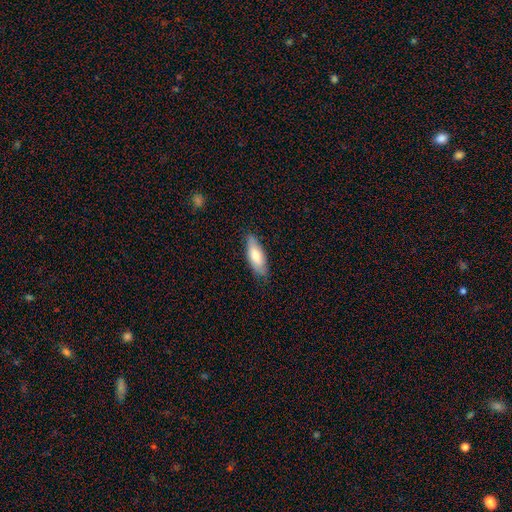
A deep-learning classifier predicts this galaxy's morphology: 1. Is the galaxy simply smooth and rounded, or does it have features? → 68% smooth, 26% featured or disk, 6% star or artifact.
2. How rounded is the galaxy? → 70% in between, 28% cigar-shaped, 2% round.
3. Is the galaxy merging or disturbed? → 79% none, 17% minor disturbance, 3% major disturbance, 1% merger.